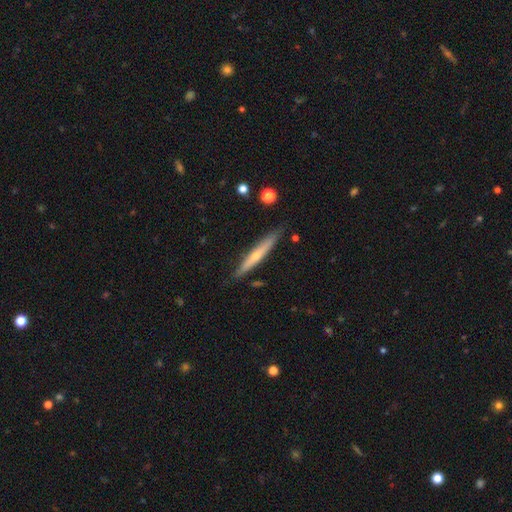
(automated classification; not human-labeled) smooth-or-featured: featured or disk: 59% | smooth: 35% | star or artifact: 6%
  disk-edge-on: yes: 95% | no: 5%
    edge-on-bulge: rounded: 73% | none: 24% | boxy: 3%
  merging: none: 86% | minor disturbance: 10% | major disturbance: 2% | merger: 2%